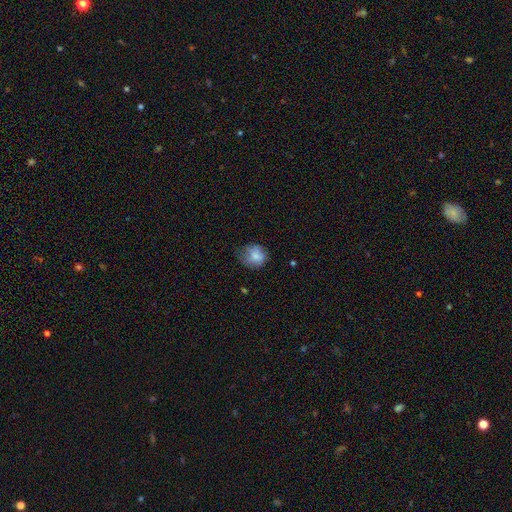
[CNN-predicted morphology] A smooth galaxy with no disk features (78%) that is round (72%).

Vote fractions:
- Smooth or featured? smooth: 78% / featured or disk: 13% / star or artifact: 9%
- How rounded? round: 72% / in between: 27% / cigar-shaped: 1%
- Merging? none: 54% / minor disturbance: 31% / major disturbance: 14% / merger: 1%